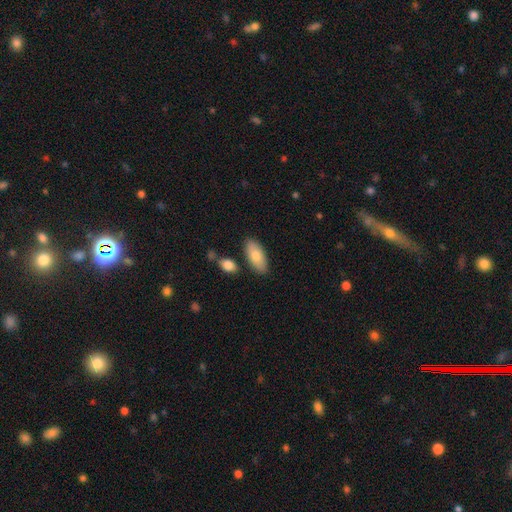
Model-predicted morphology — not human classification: smooth-or-featured: smooth: 77% | featured or disk: 17% | star or artifact: 6%
  how-rounded: in between: 91% | cigar-shaped: 7% | round: 3%
  merging: none: 81% | minor disturbance: 11% | merger: 6% | major disturbance: 2%